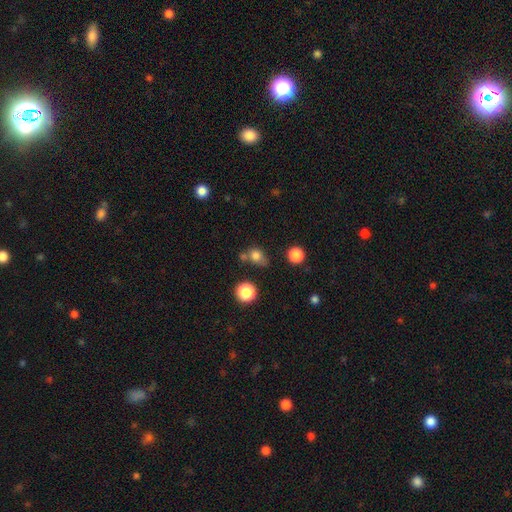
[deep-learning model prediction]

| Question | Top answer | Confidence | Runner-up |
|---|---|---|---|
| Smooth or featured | smooth | 77% | star or artifact (15%) |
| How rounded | round | 62% | in between (37%) |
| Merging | none | 49% | minor disturbance (22%) |